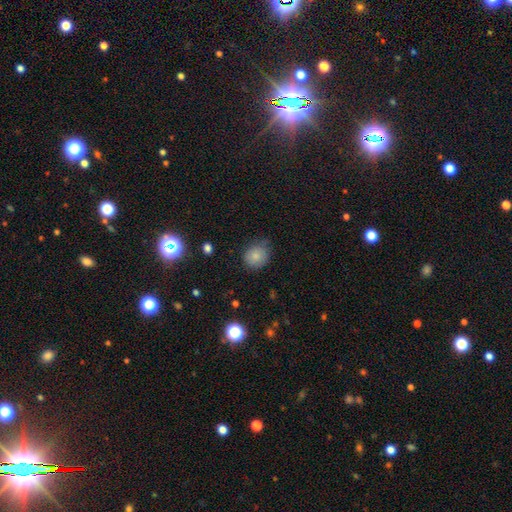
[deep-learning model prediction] This is clearly a smooth galaxy (82%). How rounded: likely round (74%). Merging: likely none (70%).